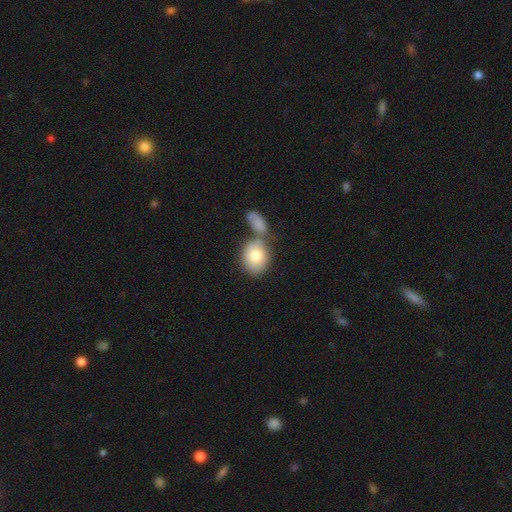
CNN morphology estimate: Q: Smooth or featured?
A: smooth (79%); runner-up: featured or disk (15%)
Q: How rounded?
A: in between (57%); runner-up: round (41%)
Q: Merging?
A: none (44%); runner-up: merger (37%)